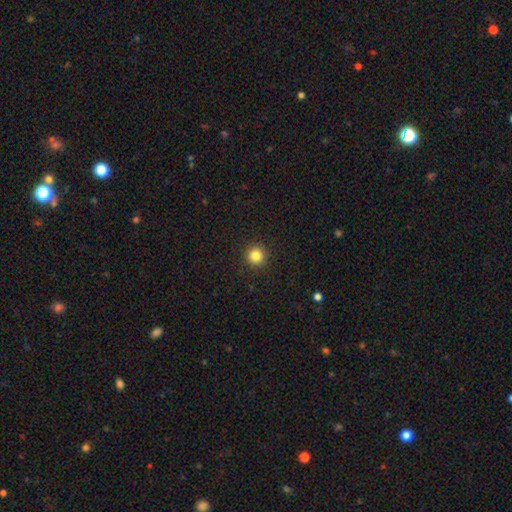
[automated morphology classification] Smooth or featured? smooth (83%)
How rounded? round (96%)
Merging? none (92%)